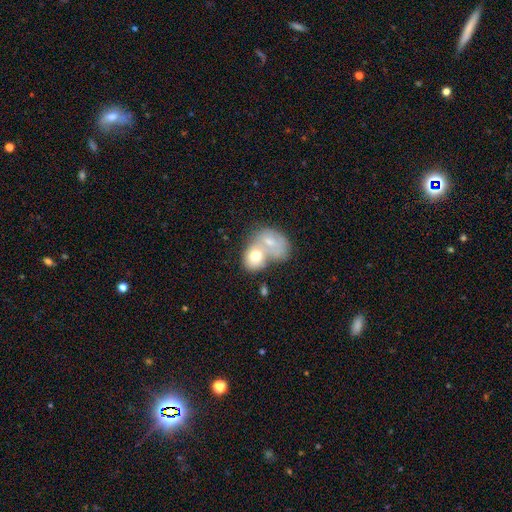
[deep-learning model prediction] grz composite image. It shows a smooth galaxy with no disk features (67%) that is in between round and cigar-shaped (64%). Merging: merger (72%).